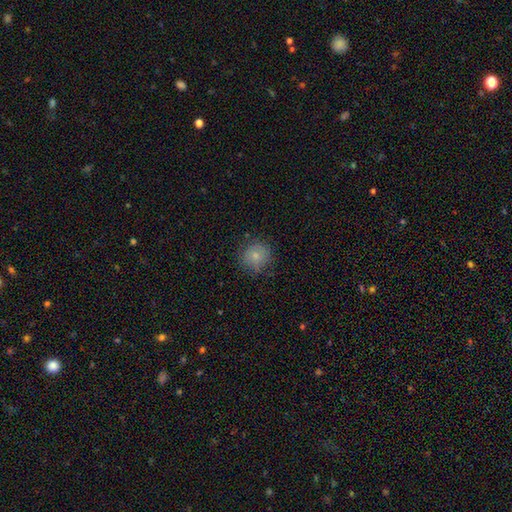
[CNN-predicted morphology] type=smooth (76%); roundness=round (87%); merging=none (75%).